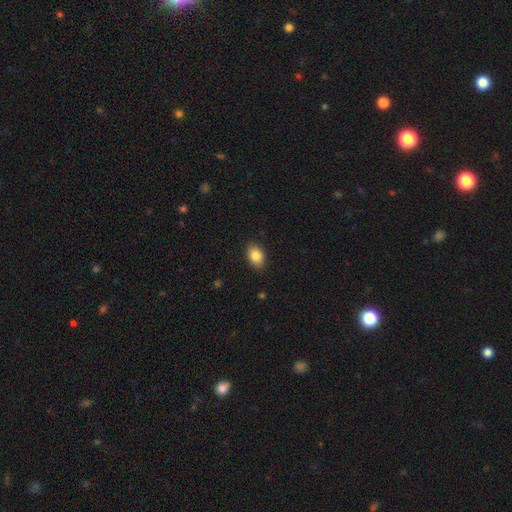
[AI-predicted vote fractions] Smooth or featured?
  - smooth: 86% *
  - star or artifact: 8%
  - featured or disk: 7%
How rounded?
  - in between: 83% *
  - round: 16%
  - cigar-shaped: 1%
Merging?
  - none: 88% *
  - minor disturbance: 9%
  - major disturbance: 2%
  - merger: 1%